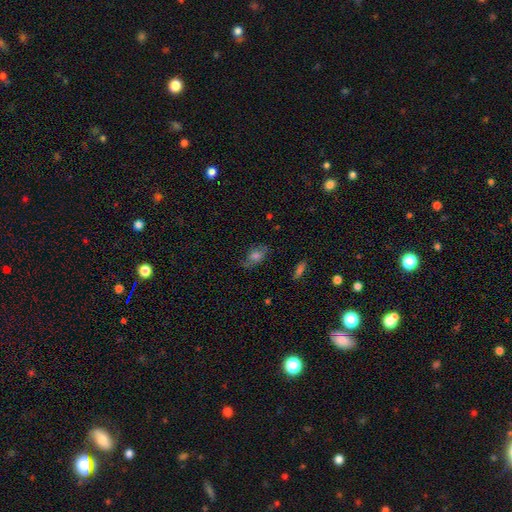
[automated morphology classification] This is possibly a smooth galaxy (55%). How rounded: clearly in between (81%). Merging: likely none (70%).